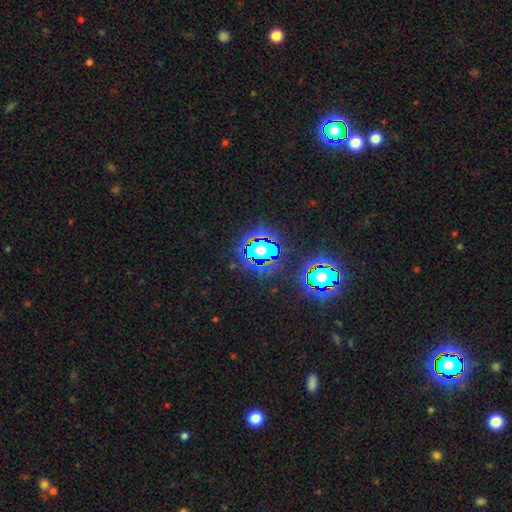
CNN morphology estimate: This appears to be a star or artifact, not a galaxy (80%).